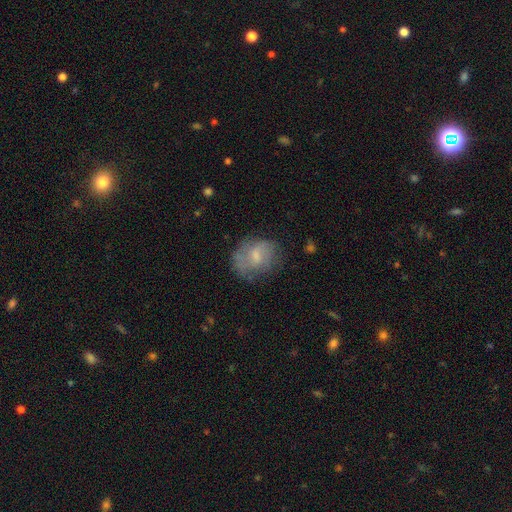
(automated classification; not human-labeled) smooth 50%, featured or disk 42%, star or artifact 9%. Down the decision tree: merging — none (64%).